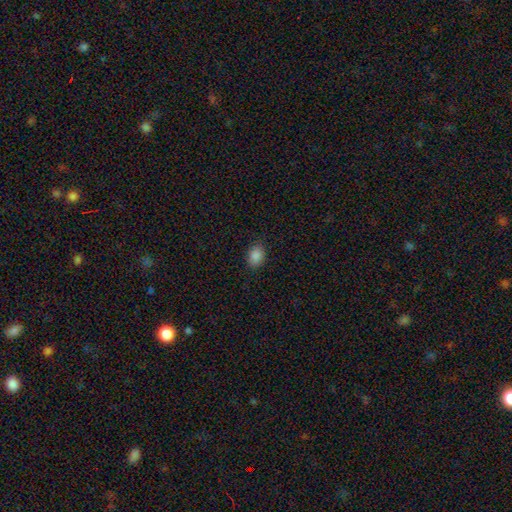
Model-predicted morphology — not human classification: smooth 87%, star or artifact 10%, featured or disk 4%. Down the decision tree: how rounded — in between (67%); merging — none (86%).